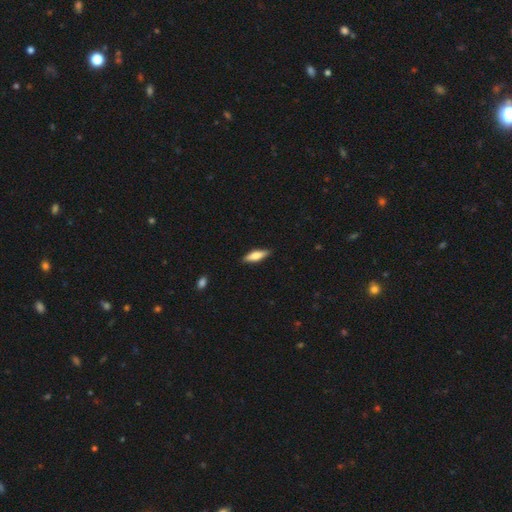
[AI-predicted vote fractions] This appears to be a smooth galaxy with no disk features (65%) that is cigar-shaped (54%). Merging: none (88%).